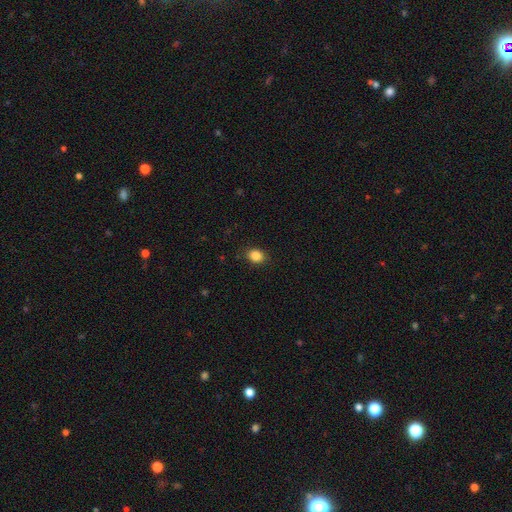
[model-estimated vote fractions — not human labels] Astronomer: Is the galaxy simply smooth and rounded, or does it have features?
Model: smooth — 86%.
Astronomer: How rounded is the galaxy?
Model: in between — 51% (runner-up: round, 48%).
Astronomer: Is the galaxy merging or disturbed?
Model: none — 88%.